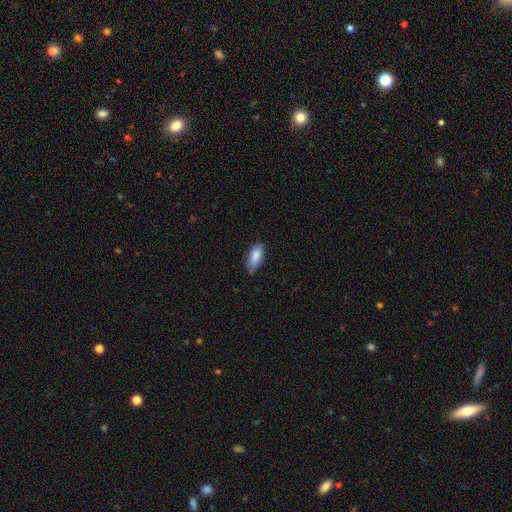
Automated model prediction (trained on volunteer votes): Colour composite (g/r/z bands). It shows a smooth galaxy with no disk features (83%) that is in between round and cigar-shaped (86%). Merging: none (62%).